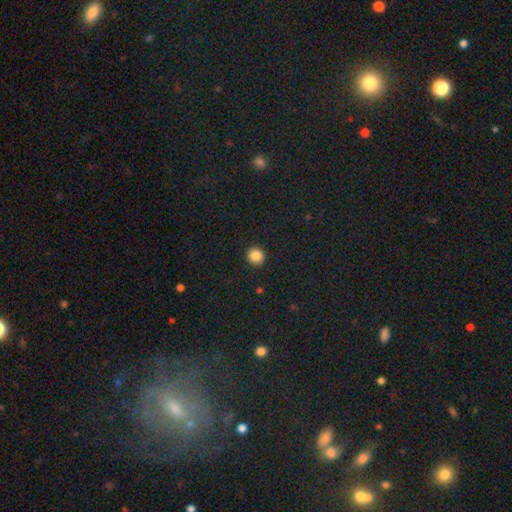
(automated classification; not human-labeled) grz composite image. It shows a smooth galaxy with no disk features (86%) that is round (94%). Merging: none (93%).